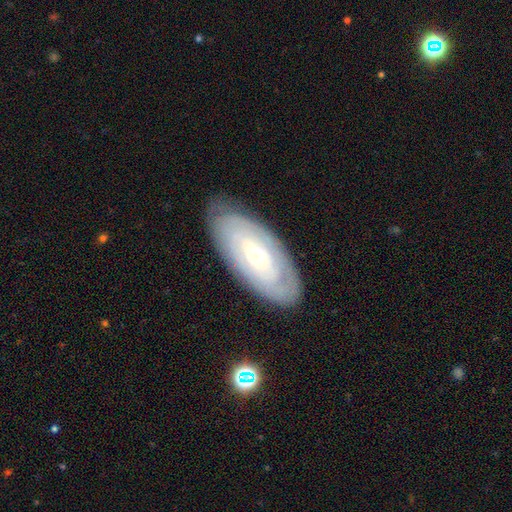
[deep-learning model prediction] Smooth or featured: featured or disk — 69% (smooth — 25%)
Edge-on disk: no — 88% (yes — 12%)
Bar: no — 71% (weak — 22%)
Spiral arms: yes — 65% (no — 35%)
Bulge size: moderate — 60% (small — 36%)
Merging: none — 82% (minor disturbance — 13%)